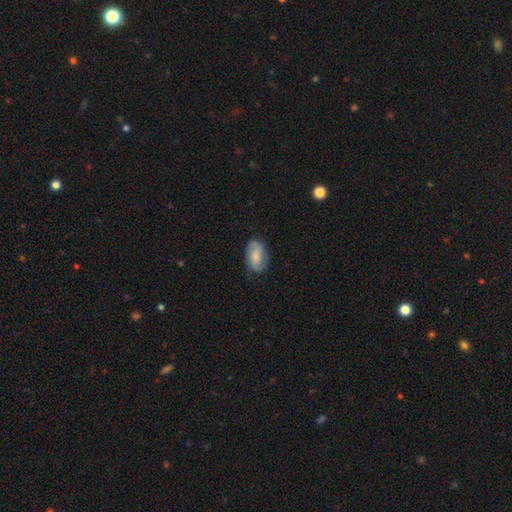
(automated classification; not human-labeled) A featured or disk galaxy (48%). Merging: none (75%).